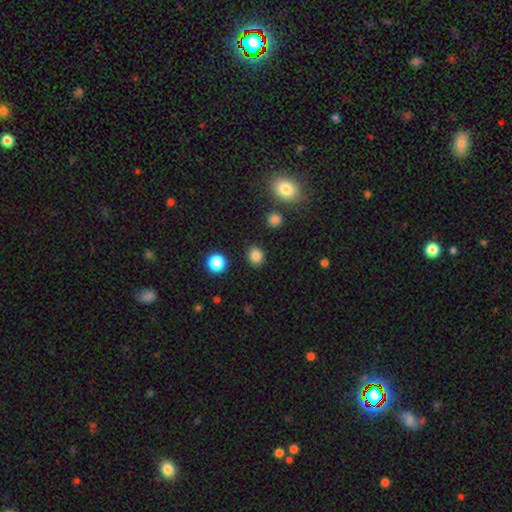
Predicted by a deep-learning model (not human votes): Smooth or featured: smooth — 84% (star or artifact — 12%)
How rounded: round — 77% (in between — 22%)
Merging: none — 89% (minor disturbance — 7%)